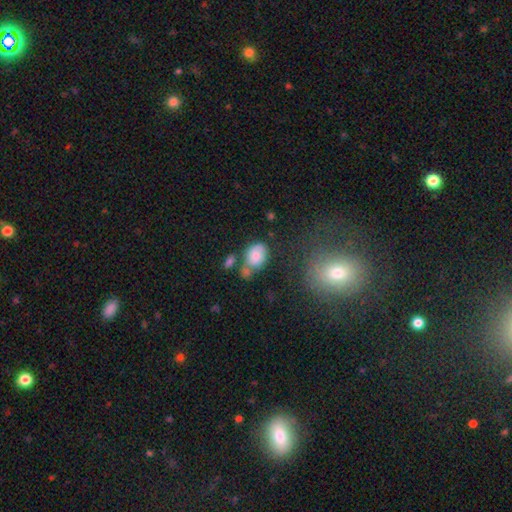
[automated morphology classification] This appears to be a smooth galaxy with no disk features (74%) that is in between round and cigar-shaped (74%). Merging: none (47%).